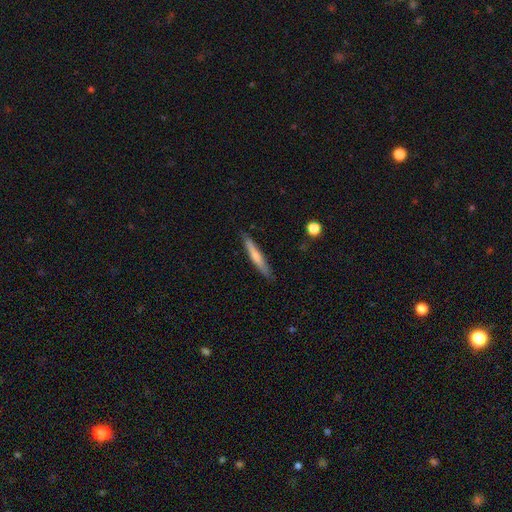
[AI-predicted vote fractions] Overall: smooth (60%; featured or disk 34%). How rounded: cigar-shaped (94%). Merging: none (87%).